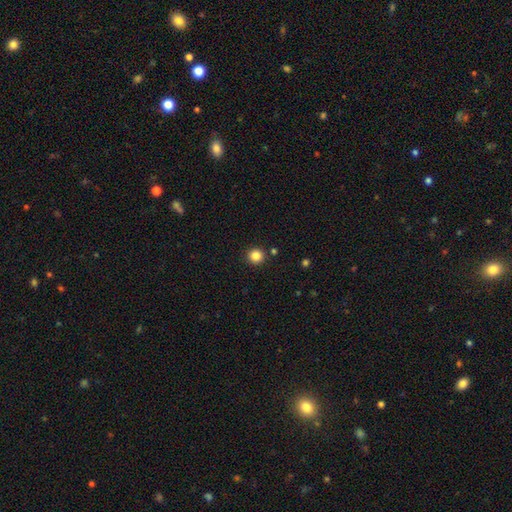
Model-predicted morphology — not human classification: Smooth or featured: smooth — 85% (star or artifact — 11%)
How rounded: round — 94% (in between — 5%)
Merging: none — 90% (minor disturbance — 5%)